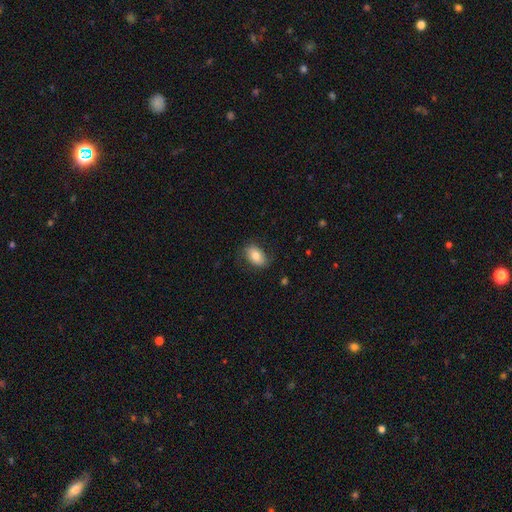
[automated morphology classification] Smooth or featured?
  - smooth: 77% *
  - featured or disk: 16%
  - star or artifact: 7%
How rounded?
  - in between: 87% *
  - round: 11%
  - cigar-shaped: 2%
Merging?
  - none: 77% *
  - minor disturbance: 17%
  - major disturbance: 5%
  - merger: 1%